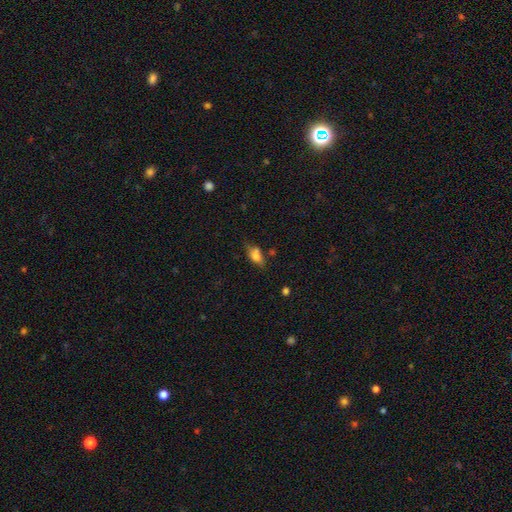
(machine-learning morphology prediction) Overall: smooth (73%). How rounded: in between (81%). Merging: none (59%; minor disturbance 26%).